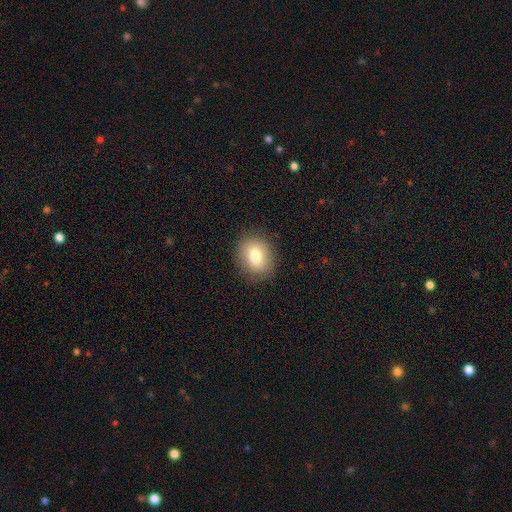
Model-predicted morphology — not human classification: Smooth or featured?
  - smooth: 77% *
  - featured or disk: 13%
  - star or artifact: 10%
How rounded?
  - round: 55% *
  - in between: 44%
  - cigar-shaped: 1%
Merging?
  - none: 87% *
  - minor disturbance: 9%
  - major disturbance: 3%
  - merger: 1%